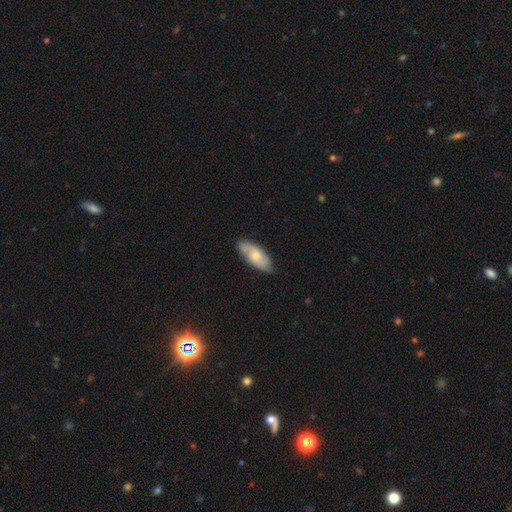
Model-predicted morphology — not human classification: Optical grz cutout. It shows a smooth galaxy with no disk features (59%) that is in between round and cigar-shaped (83%). Merging: none (78%).